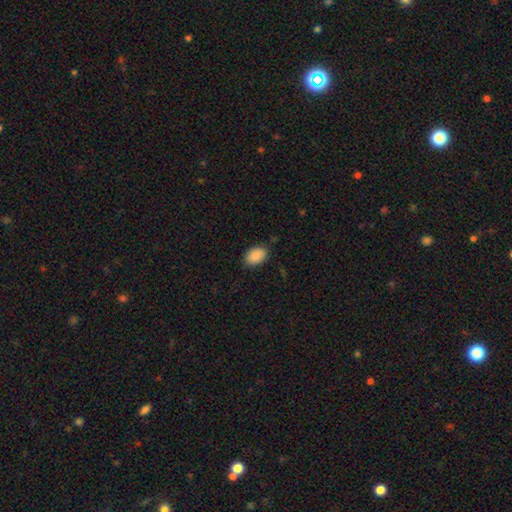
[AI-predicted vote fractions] Smooth or featured? Predicted: smooth (p=0.89). How rounded? Predicted: in between (p=0.89). Merging? Predicted: none (p=0.84).